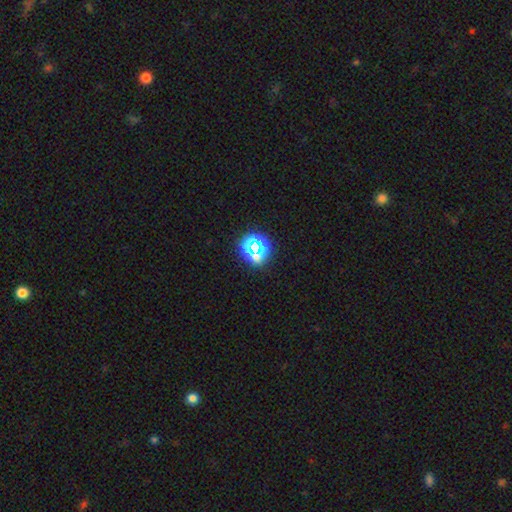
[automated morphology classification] type=star or artifact (61%).